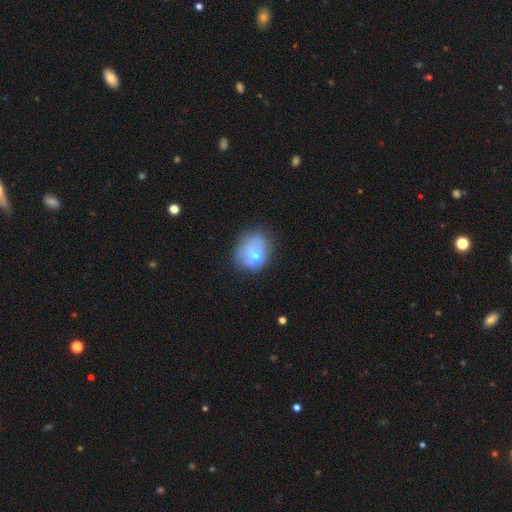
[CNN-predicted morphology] smooth 70%, featured or disk 20%, star or artifact 11%. Down the decision tree: how rounded — round (62%); merging — none (51%).